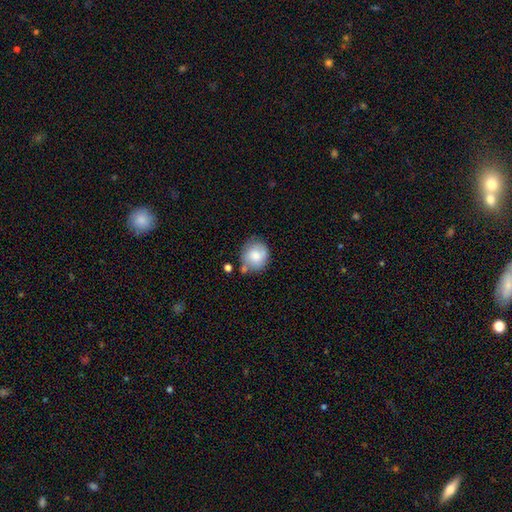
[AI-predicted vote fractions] smooth-or-featured: smooth: 76% | featured or disk: 17% | star or artifact: 8%
  how-rounded: round: 80% | in between: 19% | cigar-shaped: 1%
  merging: none: 61% | minor disturbance: 22% | merger: 10% | major disturbance: 6%